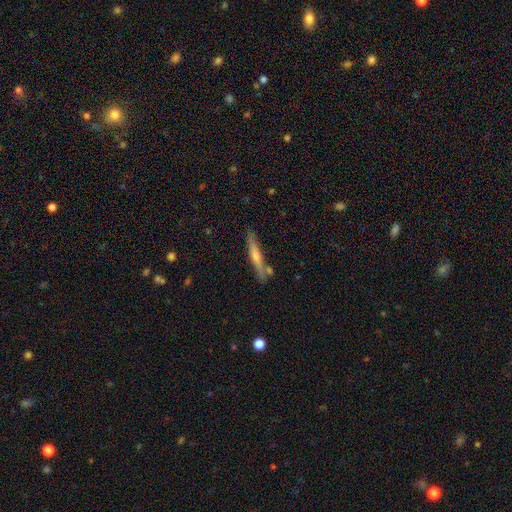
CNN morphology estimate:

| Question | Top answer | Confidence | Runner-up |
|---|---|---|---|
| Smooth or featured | featured or disk | 53% | smooth (40%) |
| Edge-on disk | yes | 95% | no (5%) |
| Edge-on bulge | rounded | 66% | none (26%) |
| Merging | none | 81% | minor disturbance (11%) |